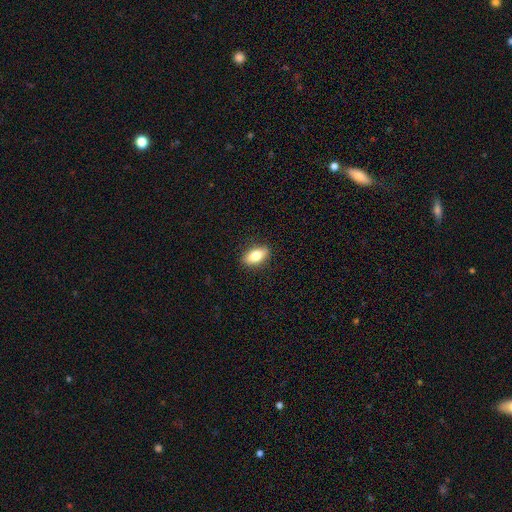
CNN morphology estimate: Smooth or featured: smooth — 77% (featured or disk — 16%)
How rounded: in between — 85% (cigar-shaped — 9%)
Merging: none — 89% (minor disturbance — 8%)